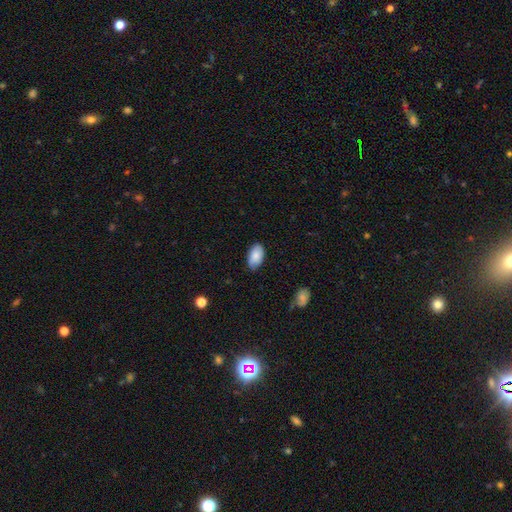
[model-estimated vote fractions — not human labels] Overall: smooth (86%). How rounded: in between (95%). Merging: none (82%).